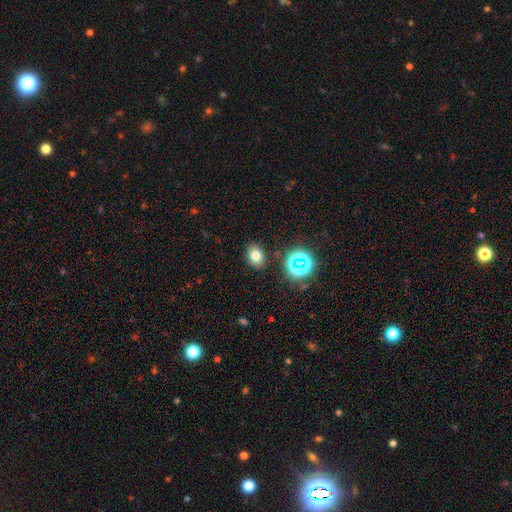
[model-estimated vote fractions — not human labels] smooth_or_featured: smooth (p=0.72) [alt: star or artifact p=0.19]
how_rounded: in between (p=0.61) [alt: round p=0.37]
merging: none (p=0.86) [alt: minor disturbance p=0.09]